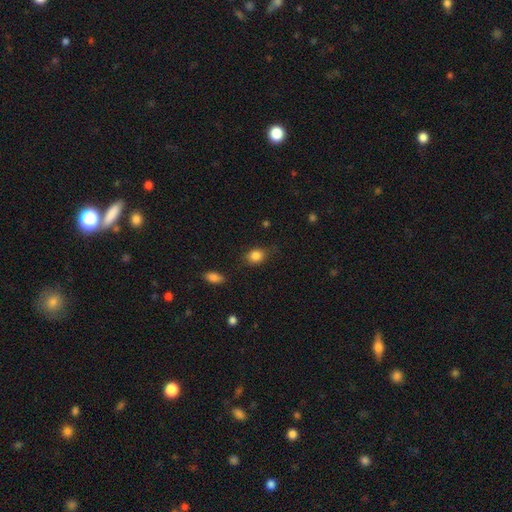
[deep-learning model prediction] Smooth or featured? smooth (84%)
How rounded? in between (53%)
Merging? none (75%)